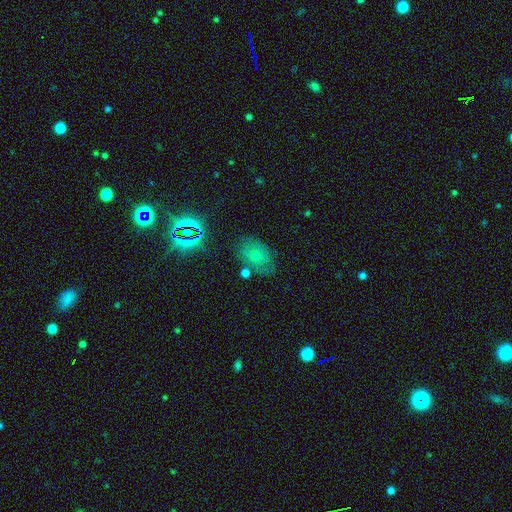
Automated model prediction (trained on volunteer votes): Morphology: type=smooth (61%); roundness=in between (77%); merging=none (62%).